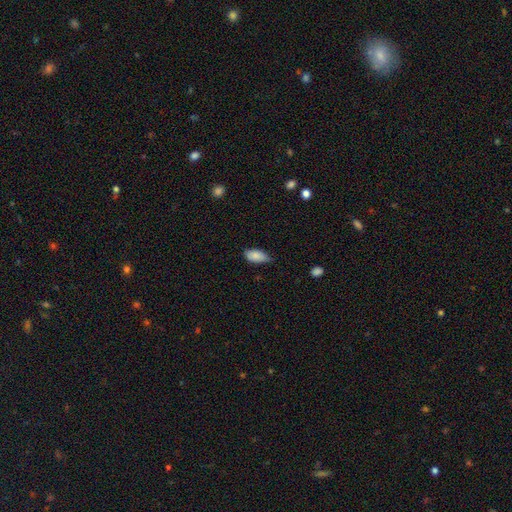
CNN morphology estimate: The model was most divided on "merging": none: 63%, minor disturbance: 32%, major disturbance: 4%, merger: 1%. More confident: how rounded — in between (92%); smooth or featured — smooth (85%).